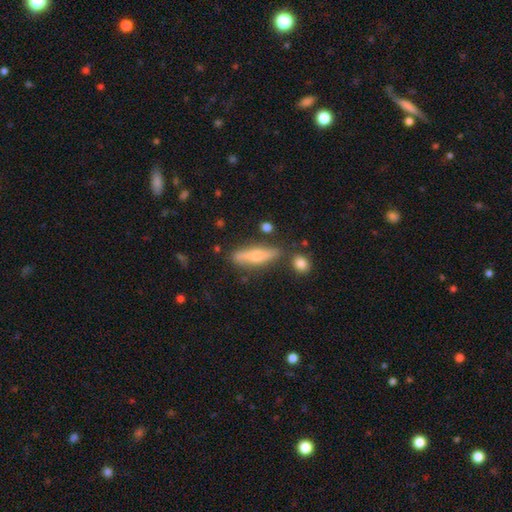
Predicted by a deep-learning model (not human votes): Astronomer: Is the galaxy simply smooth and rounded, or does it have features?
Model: smooth — 53% (runner-up: featured or disk, 40%).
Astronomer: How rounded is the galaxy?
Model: cigar-shaped — 69%.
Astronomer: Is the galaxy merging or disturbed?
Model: none — 73%.